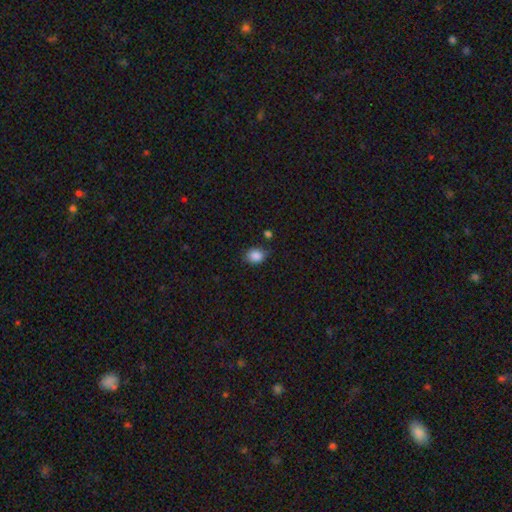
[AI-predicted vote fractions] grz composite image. It shows a smooth galaxy with no disk features (87%) that is round (53%). Merging: none (73%).